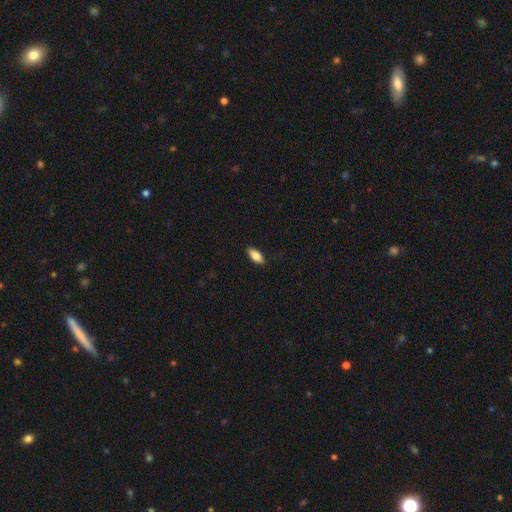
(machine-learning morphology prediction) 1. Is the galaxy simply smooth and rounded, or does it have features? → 84% smooth, 9% featured or disk, 7% star or artifact.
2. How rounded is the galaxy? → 86% in between, 11% cigar-shaped, 2% round.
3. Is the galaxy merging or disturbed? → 88% none, 10% minor disturbance, 2% major disturbance, 1% merger.